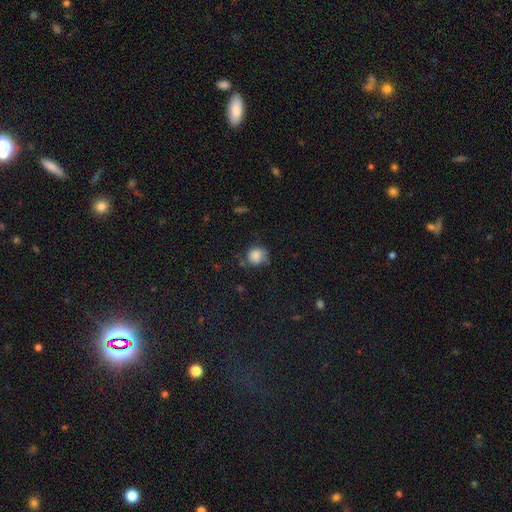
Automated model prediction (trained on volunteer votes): Smooth or featured? Predicted: smooth (p=0.82). How rounded? Predicted: round (p=0.81). Merging? Predicted: none (p=0.56).